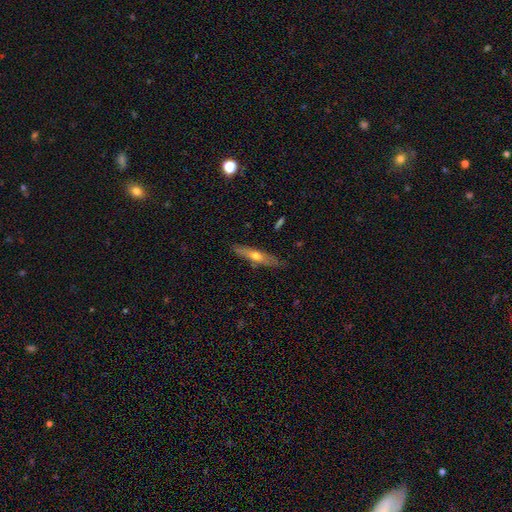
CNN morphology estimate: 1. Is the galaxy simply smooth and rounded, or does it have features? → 52% featured or disk, 42% smooth, 6% star or artifact.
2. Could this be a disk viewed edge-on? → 84% yes, 16% no.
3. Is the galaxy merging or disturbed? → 82% none, 14% minor disturbance, 3% major disturbance, 2% merger.